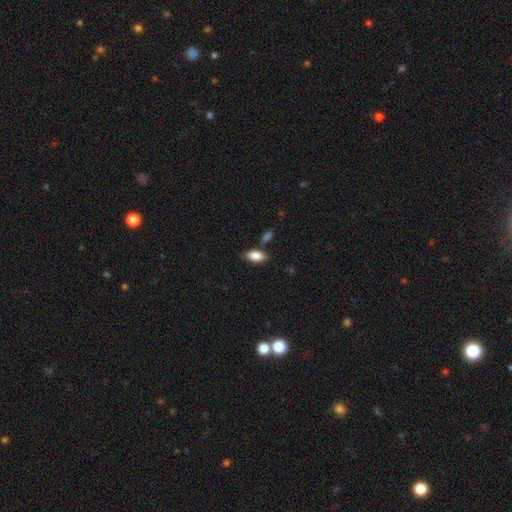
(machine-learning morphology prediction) smooth 84%, featured or disk 9%, star or artifact 7%. Down the decision tree: how rounded — in between (90%); merging — none (76%).